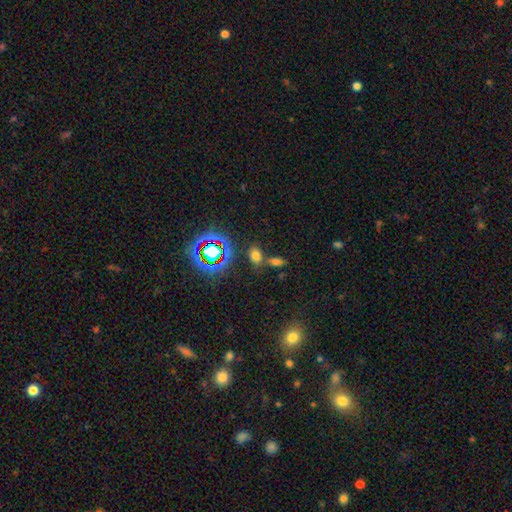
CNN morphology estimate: Q: Smooth or featured?
A: star or artifact (66%); runner-up: smooth (23%)